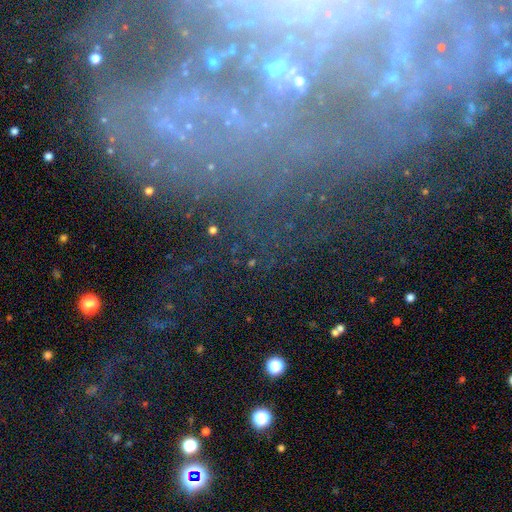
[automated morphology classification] featured or disk 63%, star or artifact 23%, smooth 14%. Down the decision tree: edge-on disk — no (93%); bar — no (51%); spiral arms — yes (78%); bulge size — small (58%); merging — none (62%).